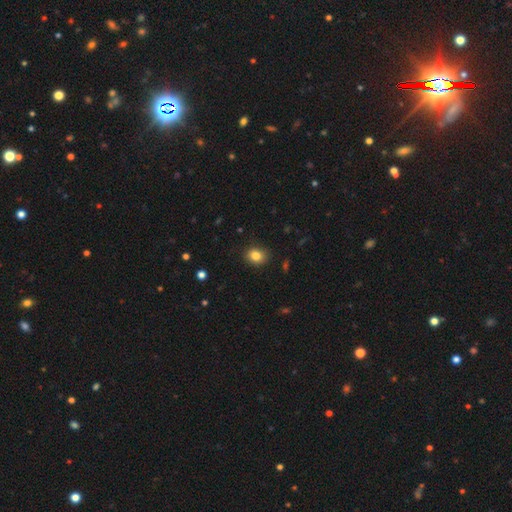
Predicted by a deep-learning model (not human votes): This appears to be a smooth galaxy with no disk features (83%) that is round (59%). Merging: none (87%).